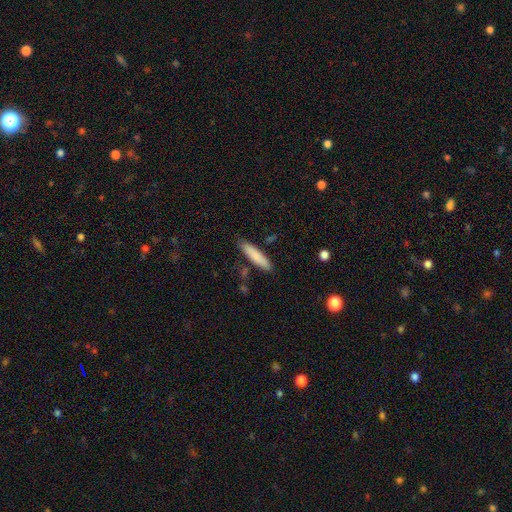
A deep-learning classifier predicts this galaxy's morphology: Smooth or featured: smooth — 82% (featured or disk — 12%)
How rounded: cigar-shaped — 82% (in between — 17%)
Merging: none — 84% (minor disturbance — 11%)